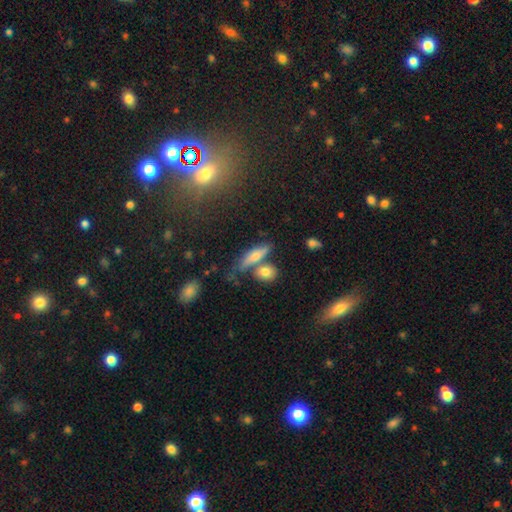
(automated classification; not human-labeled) Smooth or featured: smooth — 60% (featured or disk — 31%)
How rounded: cigar-shaped — 51% (in between — 43%)
Merging: none — 49% (merger — 27%)